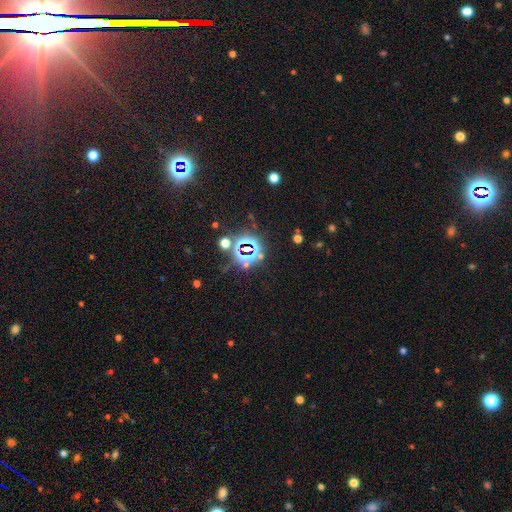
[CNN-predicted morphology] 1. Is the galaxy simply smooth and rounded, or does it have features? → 81% star or artifact, 11% smooth, 8% featured or disk.